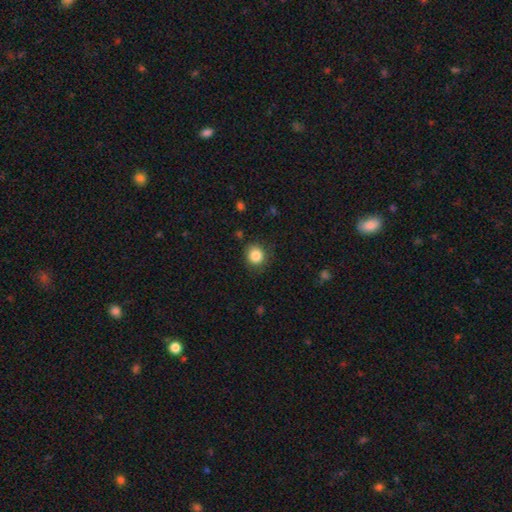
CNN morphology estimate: smooth-or-featured: smooth: 85% | star or artifact: 10% | featured or disk: 5%
  how-rounded: round: 86% | in between: 13% | cigar-shaped: 1%
  merging: none: 85% | minor disturbance: 11% | major disturbance: 3% | merger: 2%